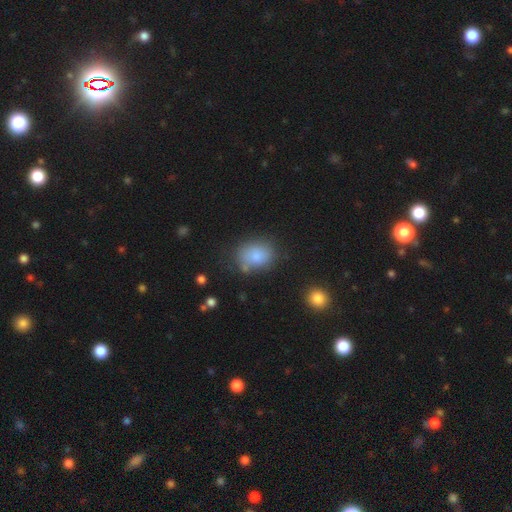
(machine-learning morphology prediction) This appears to be a smooth galaxy with no disk features (82%) that is in between round and cigar-shaped (57%). Merging: none (71%).